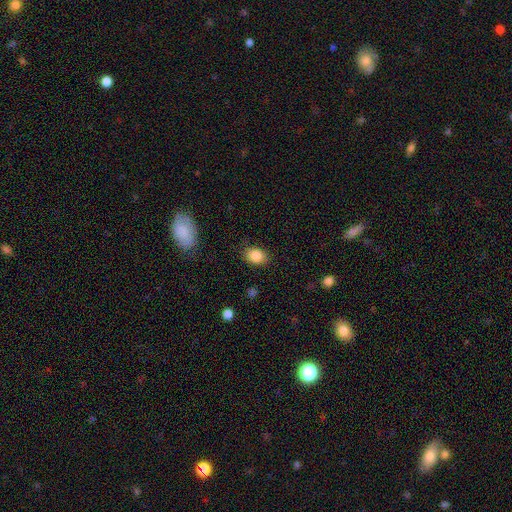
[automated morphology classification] Overall: smooth (86%). How rounded: in between (68%; round 30%). Merging: none (84%).